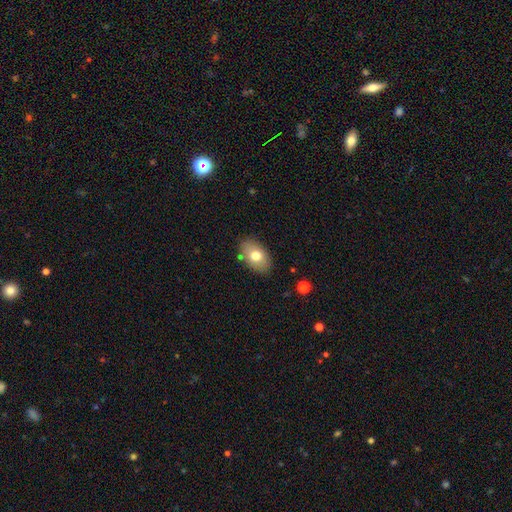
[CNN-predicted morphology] This is likely a smooth galaxy (74%). How rounded: clearly in between (88%). Merging: clearly none (83%).